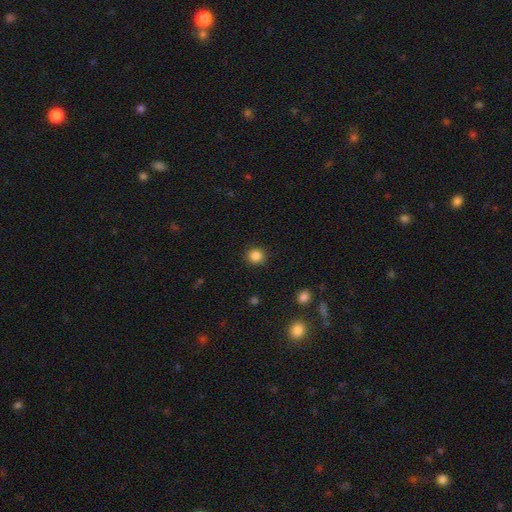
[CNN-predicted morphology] Smooth or featured?
  - smooth: 85% *
  - star or artifact: 11%
  - featured or disk: 4%
How rounded?
  - round: 91% *
  - in between: 8%
  - cigar-shaped: 1%
Merging?
  - none: 90% *
  - minor disturbance: 7%
  - major disturbance: 2%
  - merger: 1%